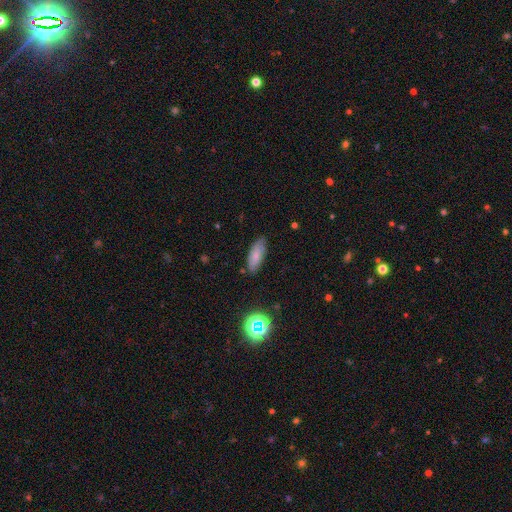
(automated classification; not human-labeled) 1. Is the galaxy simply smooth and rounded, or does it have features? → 74% smooth, 16% featured or disk, 9% star or artifact.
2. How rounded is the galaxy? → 74% in between, 23% cigar-shaped, 3% round.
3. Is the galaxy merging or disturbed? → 79% none, 17% minor disturbance, 3% major disturbance, 2% merger.